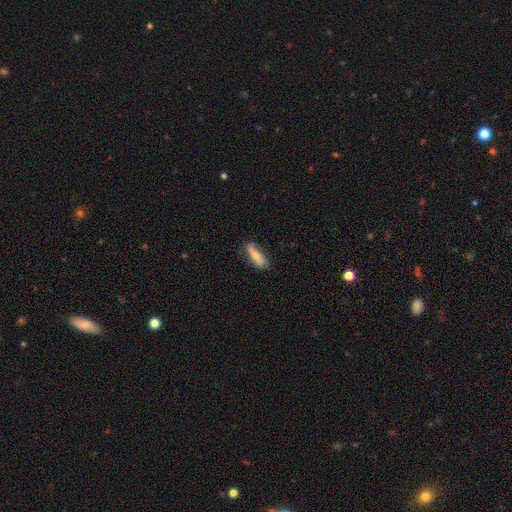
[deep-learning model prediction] smooth_or_featured: smooth (p=0.57) [alt: featured or disk p=0.36]
how_rounded: cigar-shaped (p=0.50) [alt: in between p=0.47]
merging: none (p=0.71) [alt: minor disturbance p=0.22]